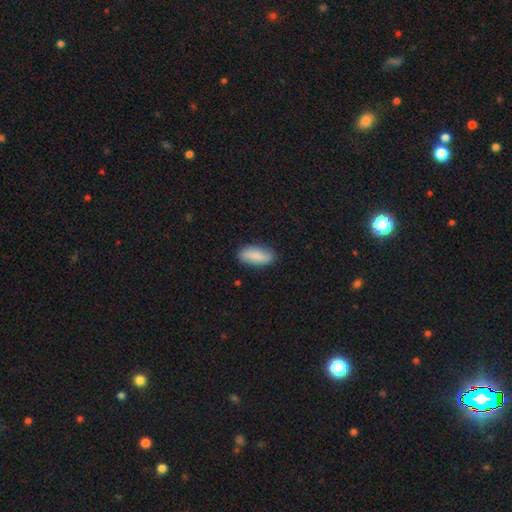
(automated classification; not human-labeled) smooth-or-featured: smooth: 85% | featured or disk: 9% | star or artifact: 6%
  how-rounded: in between: 74% | cigar-shaped: 24% | round: 2%
  merging: none: 84% | minor disturbance: 13% | major disturbance: 2% | merger: 1%